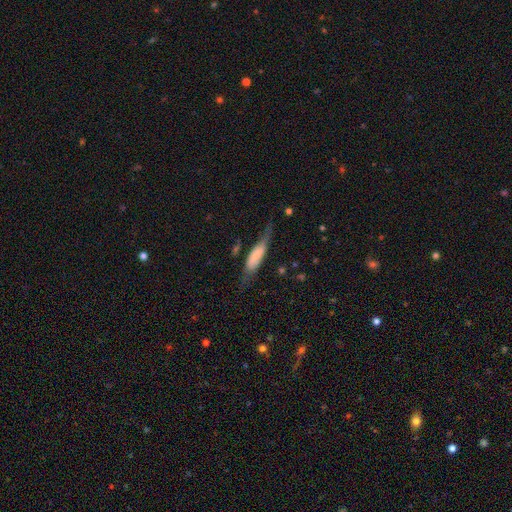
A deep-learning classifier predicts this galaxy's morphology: type=smooth (55%); roundness=cigar-shaped (60%); merging=none (51%).